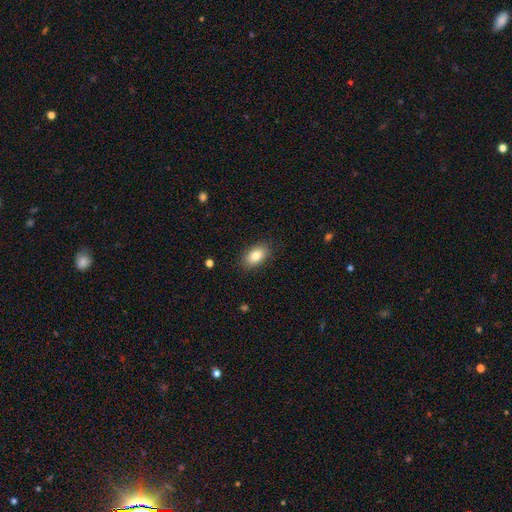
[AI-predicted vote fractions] The model was most divided on "smooth or featured": smooth: 85%, featured or disk: 8%, star or artifact: 8%. More confident: how rounded — in between (91%); merging — none (87%).